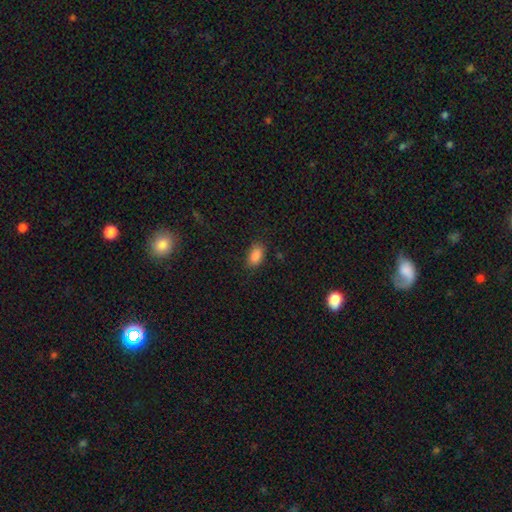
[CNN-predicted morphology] smooth 87%, star or artifact 9%, featured or disk 4%. Down the decision tree: how rounded — in between (90%); merging — none (82%).